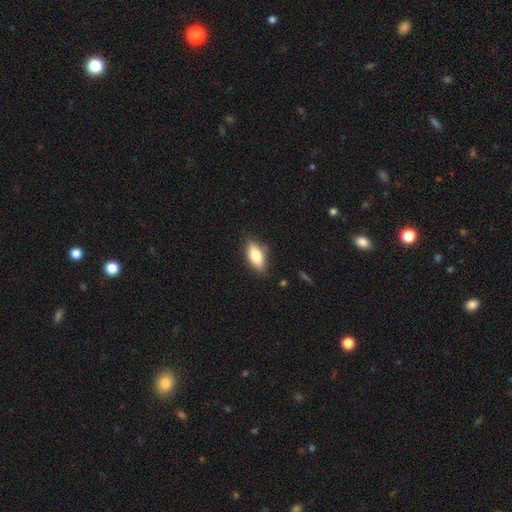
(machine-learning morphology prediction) Overall: smooth (79%). How rounded: in between (84%). Merging: none (81%).